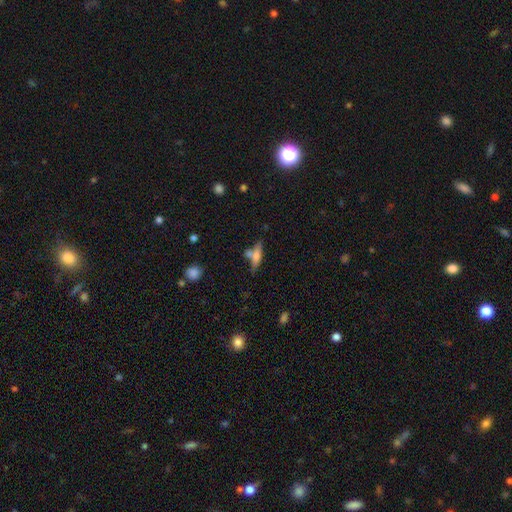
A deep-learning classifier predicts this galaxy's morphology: This appears to be a smooth galaxy with no disk features (51%) that is cigar-shaped (65%). Merging: none (55%).